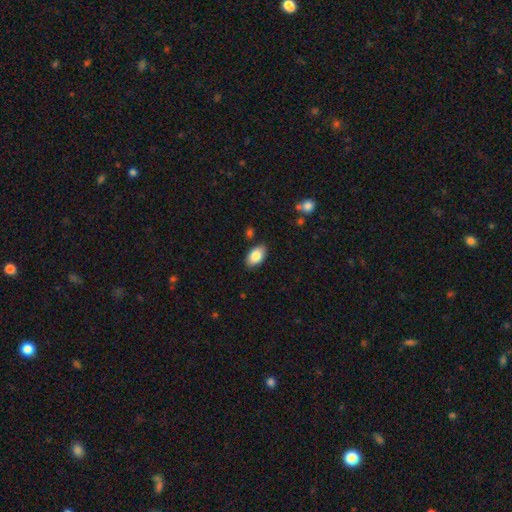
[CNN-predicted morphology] Smooth or featured: smooth — 85% (featured or disk — 8%)
How rounded: in between — 93% (round — 5%)
Merging: none — 86% (minor disturbance — 10%)